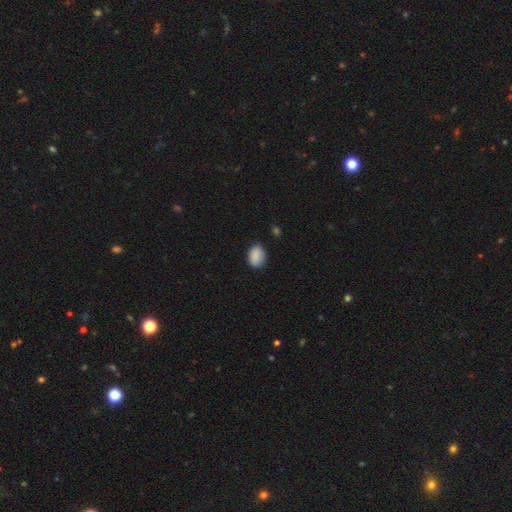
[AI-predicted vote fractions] This is clearly a smooth galaxy (86%). How rounded: likely in between (78%). Merging: clearly none (80%).